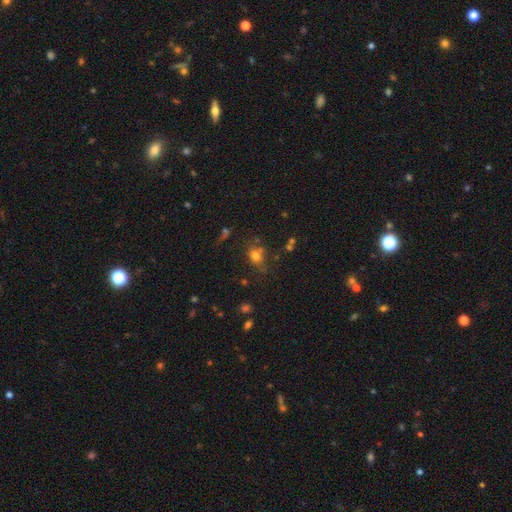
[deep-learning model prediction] A smooth galaxy with no disk features (70%) that is round (59%). Merging: none (58%).